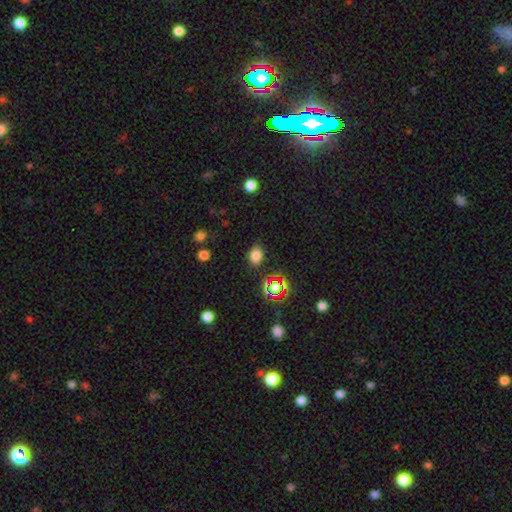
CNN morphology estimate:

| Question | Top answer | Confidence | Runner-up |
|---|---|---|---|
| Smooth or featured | smooth | 78% | star or artifact (17%) |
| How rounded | in between | 61% | round (38%) |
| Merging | none | 83% | minor disturbance (11%) |